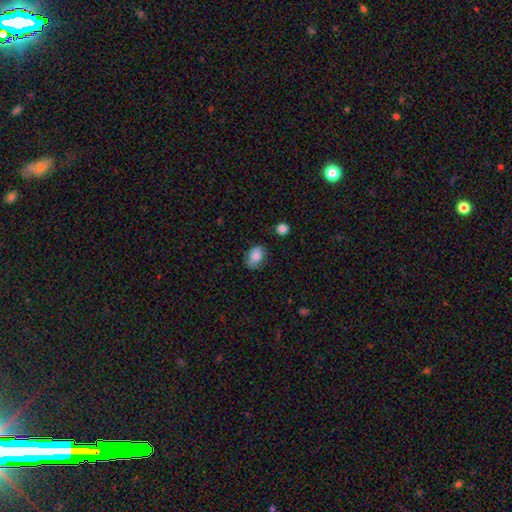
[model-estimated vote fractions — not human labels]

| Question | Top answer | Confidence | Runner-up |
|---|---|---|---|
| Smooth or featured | smooth | 84% | star or artifact (8%) |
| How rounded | in between | 77% | round (21%) |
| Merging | none | 69% | minor disturbance (23%) |